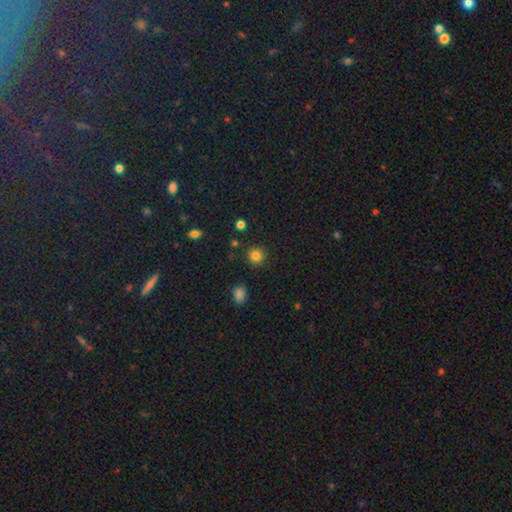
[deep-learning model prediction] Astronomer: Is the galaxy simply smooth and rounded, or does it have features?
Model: smooth — 83%.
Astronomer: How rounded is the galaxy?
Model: round — 92%.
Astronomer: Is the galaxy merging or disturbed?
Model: none — 89%.